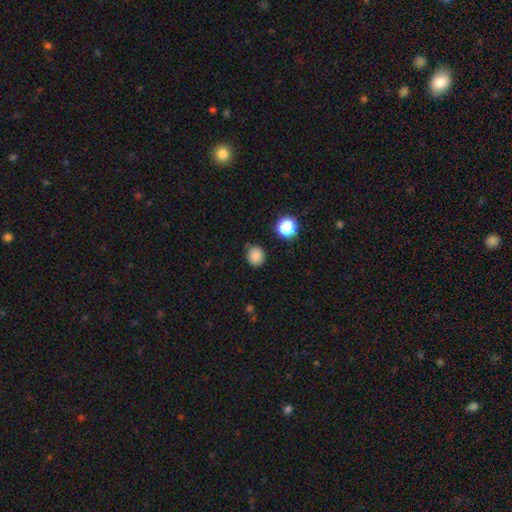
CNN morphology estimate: Smooth or featured? Predicted: smooth (p=0.83). How rounded? Predicted: round (p=0.80). Merging? Predicted: none (p=0.81).